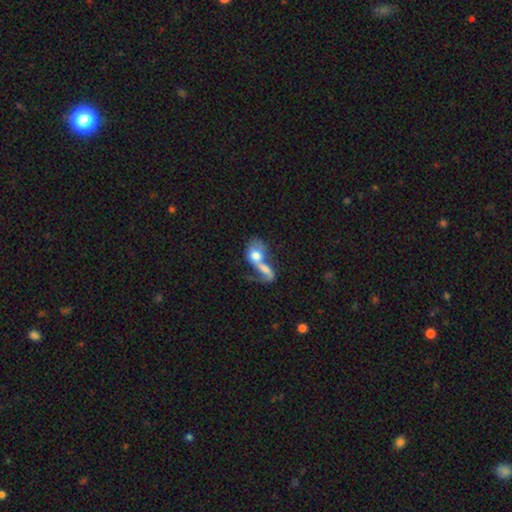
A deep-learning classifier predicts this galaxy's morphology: This appears to be a smooth galaxy with no disk features (50%). Merging: merger (76%).